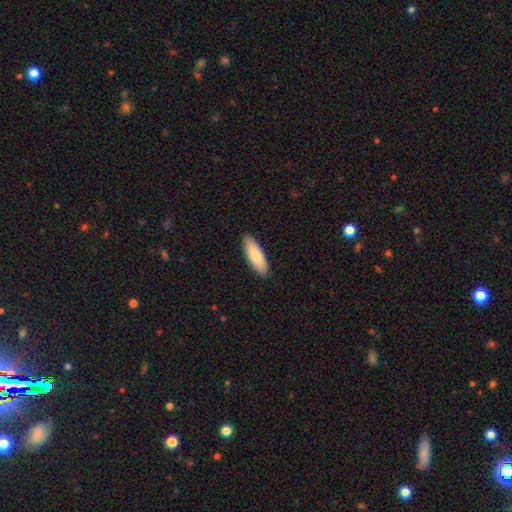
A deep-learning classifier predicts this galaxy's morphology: This is clearly a smooth galaxy (81%). How rounded: possibly in between (55%). Merging: clearly none (90%).